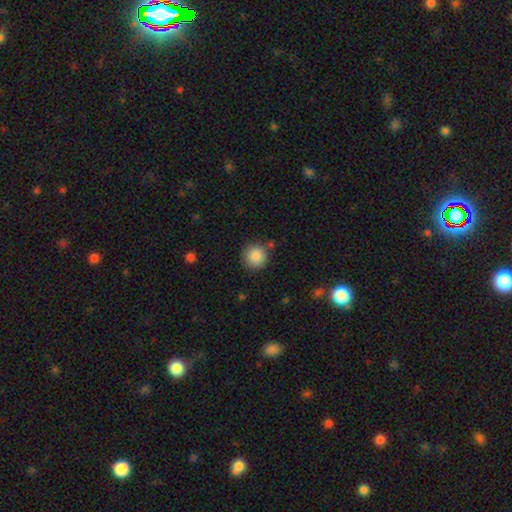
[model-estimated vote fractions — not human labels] Smooth or featured?
  - smooth: 87% *
  - star or artifact: 9%
  - featured or disk: 4%
How rounded?
  - round: 94% *
  - in between: 5%
  - cigar-shaped: 1%
Merging?
  - none: 84% *
  - minor disturbance: 9%
  - merger: 4%
  - major disturbance: 3%